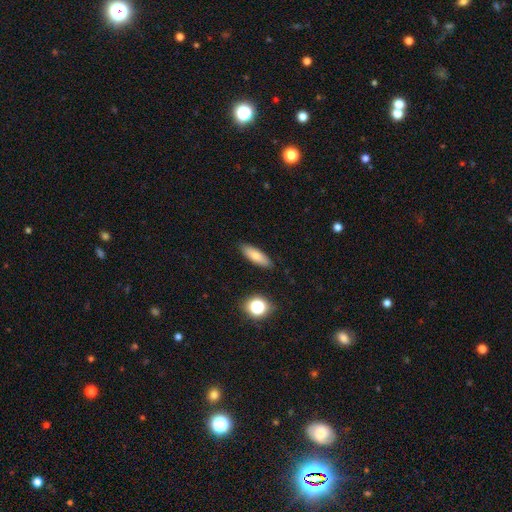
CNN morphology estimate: This appears to be a smooth galaxy with no disk features (77%) that is in between round and cigar-shaped (54%). Merging: none (87%).